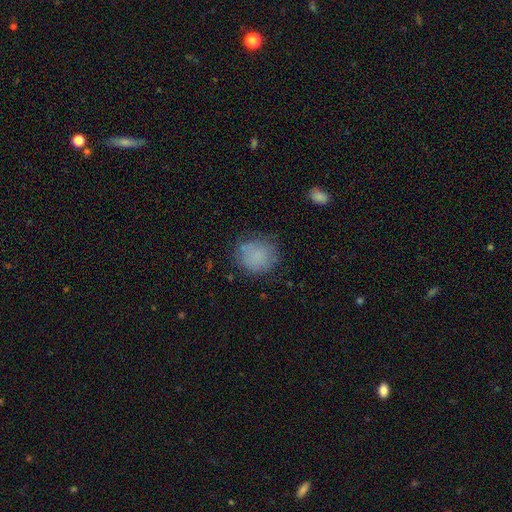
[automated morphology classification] Q: Smooth or featured?
A: smooth (78%); runner-up: featured or disk (11%)
Q: How rounded?
A: round (78%); runner-up: in between (21%)
Q: Merging?
A: none (69%); runner-up: minor disturbance (21%)